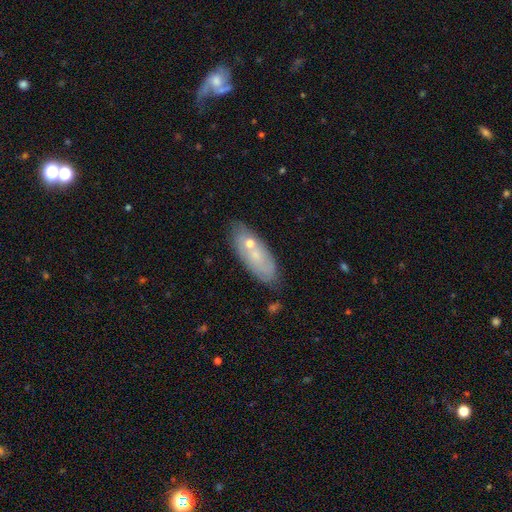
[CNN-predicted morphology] Smooth or featured?
  - smooth: 51% *
  - featured or disk: 40%
  - star or artifact: 9%
How rounded?
  - in between: 72% *
  - cigar-shaped: 24%
  - round: 3%
Merging?
  - none: 69% *
  - minor disturbance: 17%
  - merger: 10%
  - major disturbance: 5%